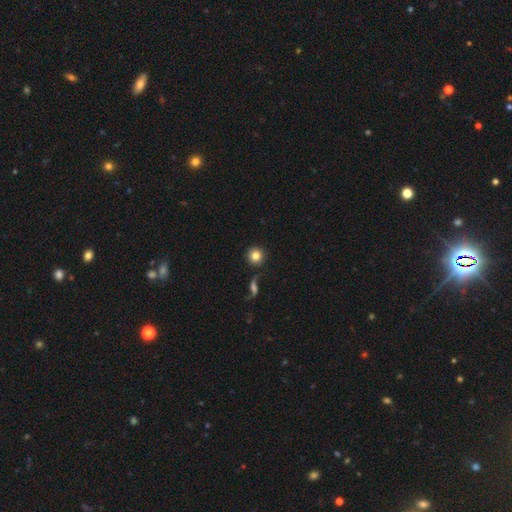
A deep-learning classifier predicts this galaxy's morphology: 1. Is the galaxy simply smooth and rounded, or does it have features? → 81% smooth, 10% star or artifact, 9% featured or disk.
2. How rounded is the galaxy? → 95% round, 4% in between, 1% cigar-shaped.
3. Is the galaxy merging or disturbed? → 83% none, 8% minor disturbance, 5% merger, 3% major disturbance.